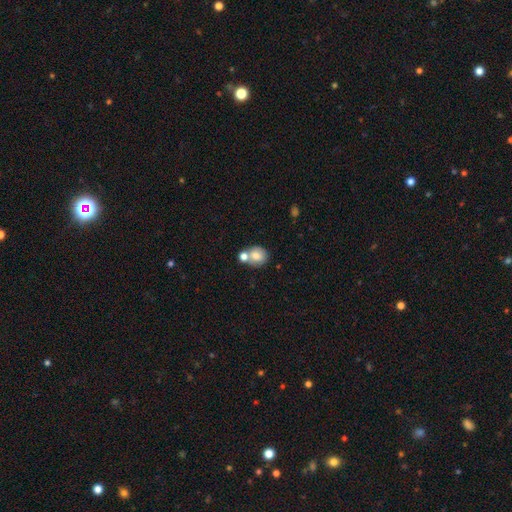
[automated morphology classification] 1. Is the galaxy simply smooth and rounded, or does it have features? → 75% smooth, 16% featured or disk, 9% star or artifact.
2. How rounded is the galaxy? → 74% round, 25% in between, 1% cigar-shaped.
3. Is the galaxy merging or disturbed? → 46% none, 39% merger, 11% minor disturbance, 4% major disturbance.